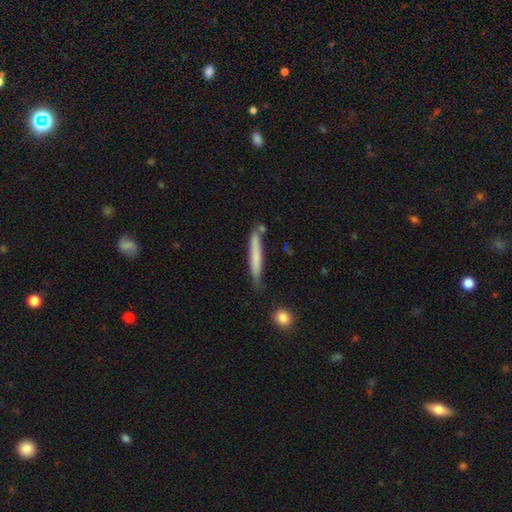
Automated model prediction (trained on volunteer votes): smooth-or-featured: smooth: 68% | featured or disk: 26% | star or artifact: 6%
  how-rounded: cigar-shaped: 95% | in between: 4% | round: 1%
  merging: none: 74% | minor disturbance: 17% | merger: 6% | major disturbance: 3%